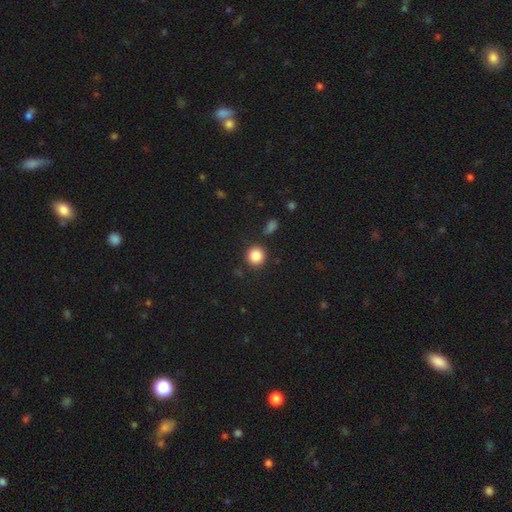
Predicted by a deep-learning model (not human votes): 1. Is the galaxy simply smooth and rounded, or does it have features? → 86% smooth, 10% star or artifact, 5% featured or disk.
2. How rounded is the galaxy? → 92% round, 7% in between, 1% cigar-shaped.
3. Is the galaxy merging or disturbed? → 86% none, 8% minor disturbance, 3% merger, 3% major disturbance.